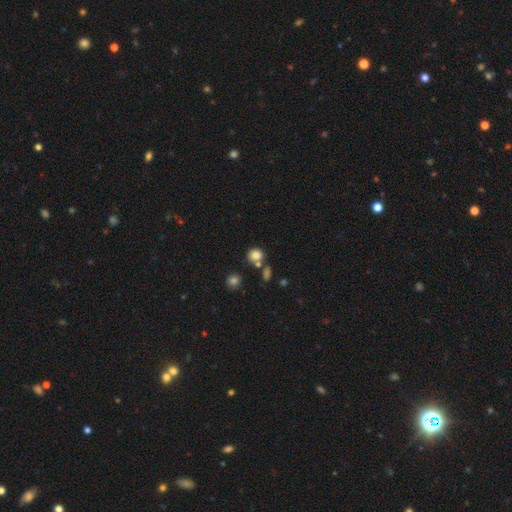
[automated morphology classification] smooth 82%, star or artifact 12%, featured or disk 6%. Down the decision tree: how rounded — round (80%); merging — none (63%).